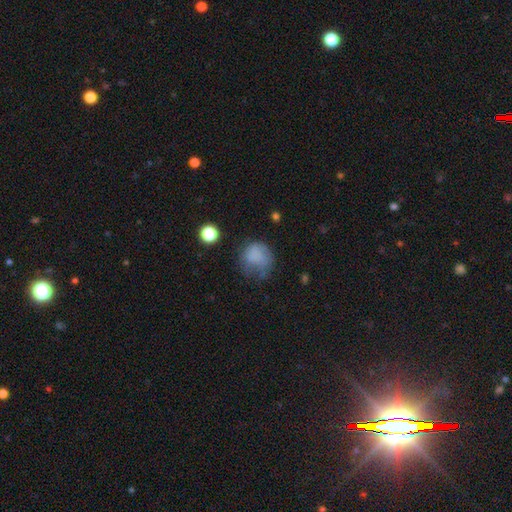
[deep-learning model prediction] This appears to be a smooth galaxy with no disk features (71%) that is round (73%). Merging: none (41%).